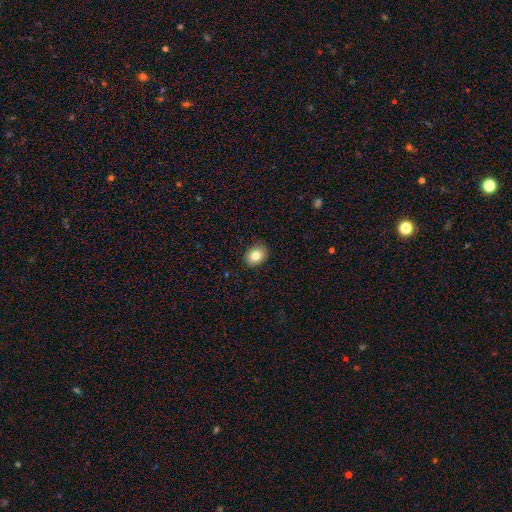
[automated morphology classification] Smooth or featured? smooth (81%)
How rounded? in between (55%)
Merging? none (89%)